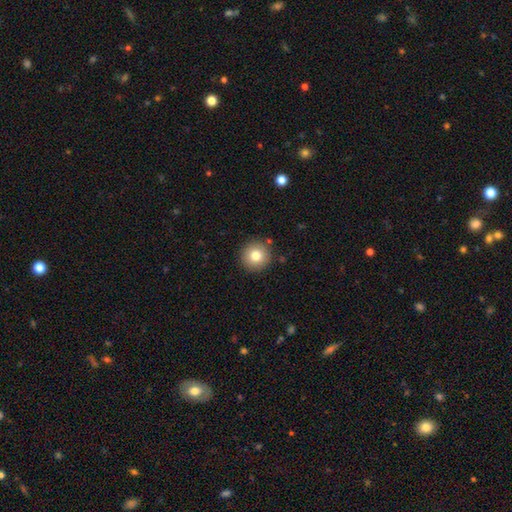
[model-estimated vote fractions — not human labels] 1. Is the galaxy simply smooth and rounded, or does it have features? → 80% smooth, 10% star or artifact, 10% featured or disk.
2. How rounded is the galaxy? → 95% round, 4% in between, 1% cigar-shaped.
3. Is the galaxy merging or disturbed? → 90% none, 6% minor disturbance, 2% major disturbance, 2% merger.